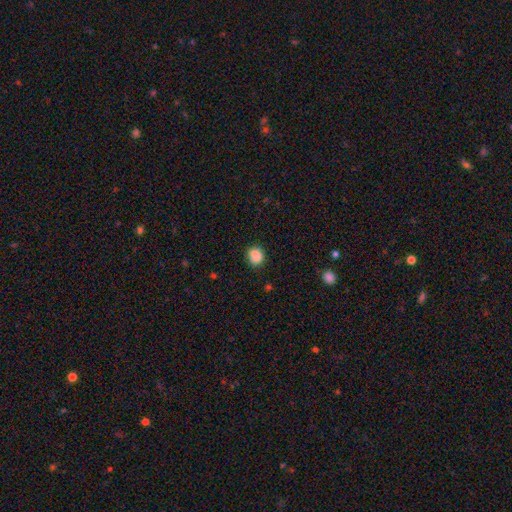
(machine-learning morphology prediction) The model was most divided on "how rounded": round: 69%, in between: 30%, cigar-shaped: 1%. More confident: smooth or featured — smooth (88%); merging — none (83%).